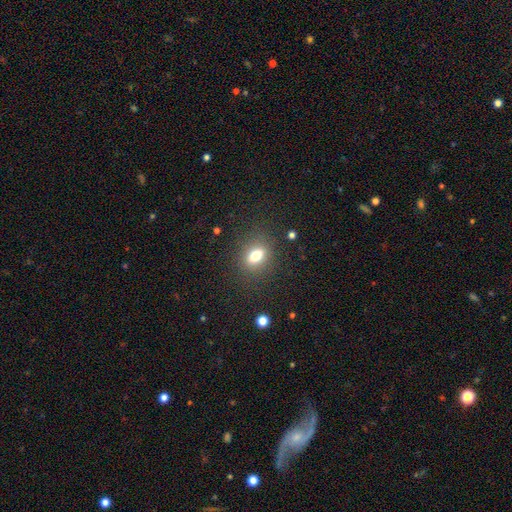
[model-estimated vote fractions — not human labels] The model was most divided on "how rounded": in between: 70%, round: 27%, cigar-shaped: 3%. More confident: merging — none (85%); smooth or featured — smooth (77%).